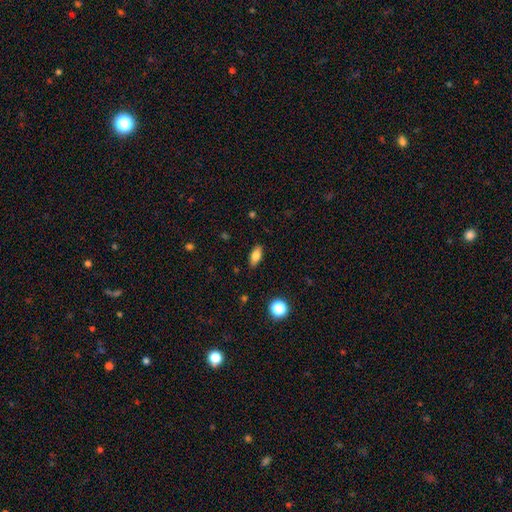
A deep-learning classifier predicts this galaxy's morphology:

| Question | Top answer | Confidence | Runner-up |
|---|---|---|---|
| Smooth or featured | smooth | 78% | featured or disk (13%) |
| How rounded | in between | 84% | cigar-shaped (12%) |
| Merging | none | 88% | minor disturbance (9%) |